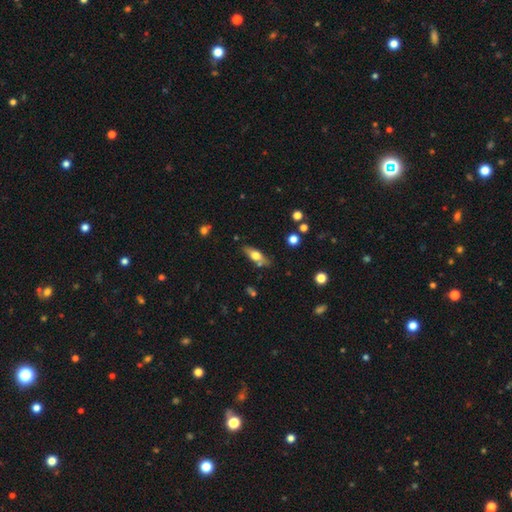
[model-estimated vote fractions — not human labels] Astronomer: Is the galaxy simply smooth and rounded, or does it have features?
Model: smooth — 56% (runner-up: featured or disk, 37%).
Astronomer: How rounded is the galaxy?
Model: in between — 63%.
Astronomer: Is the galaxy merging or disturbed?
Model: none — 75%.